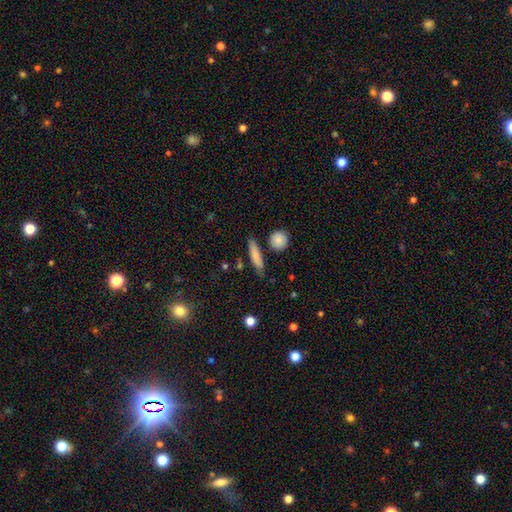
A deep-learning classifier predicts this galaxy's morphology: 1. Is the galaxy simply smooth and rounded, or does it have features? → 75% smooth, 18% featured or disk, 7% star or artifact.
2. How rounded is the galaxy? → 74% cigar-shaped, 22% in between, 4% round.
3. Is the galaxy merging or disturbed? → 76% none, 15% minor disturbance, 5% merger, 3% major disturbance.